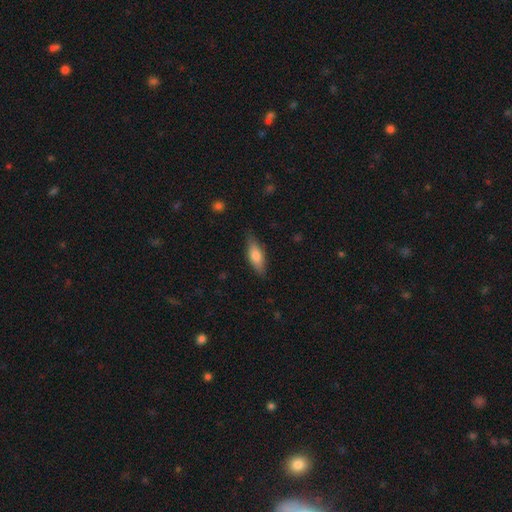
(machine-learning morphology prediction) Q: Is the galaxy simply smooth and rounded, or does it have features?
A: smooth — 73%.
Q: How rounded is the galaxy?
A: in between — 61%.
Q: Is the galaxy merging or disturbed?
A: none — 80%.